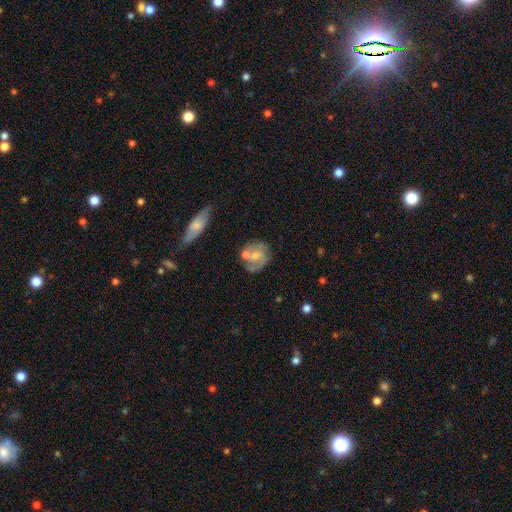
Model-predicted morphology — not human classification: Overall: featured or disk (65%; smooth 28%). Edge-on disk: no (97%). Bar: no (50%; weak 40%). Spiral arms: yes (82%). Spiral arm count: 2 (69%). Spiral winding: medium (48%; tight 28%). Bulge size: small (45%; moderate 35%). Merging: none (53%; merger 20%).